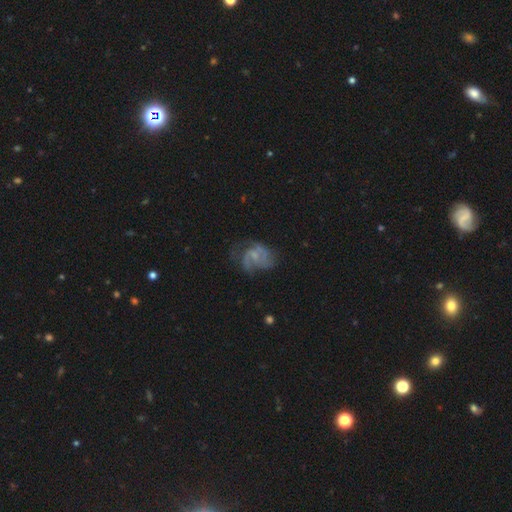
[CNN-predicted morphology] The model was most divided on "spiral arm count": 2: 36%, can't tell: 24%, 3: 23%, 1: 9%, 4: 4%, more than 4: 4%. Remaining: edge-on disk — no (98%); spiral arms — yes (82%); smooth or featured — featured or disk (70%); bar — no (62%); bulge size — small (49%); spiral winding — medium (47%); merging — none (43%).